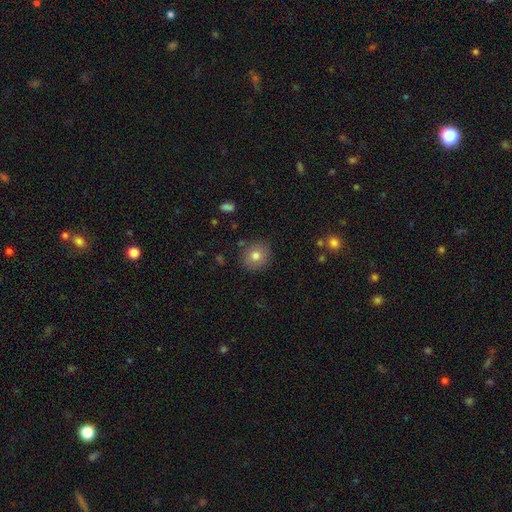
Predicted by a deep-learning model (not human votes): Smooth or featured: smooth — 77% (featured or disk — 12%)
How rounded: round — 83% (in between — 16%)
Merging: none — 87% (minor disturbance — 9%)